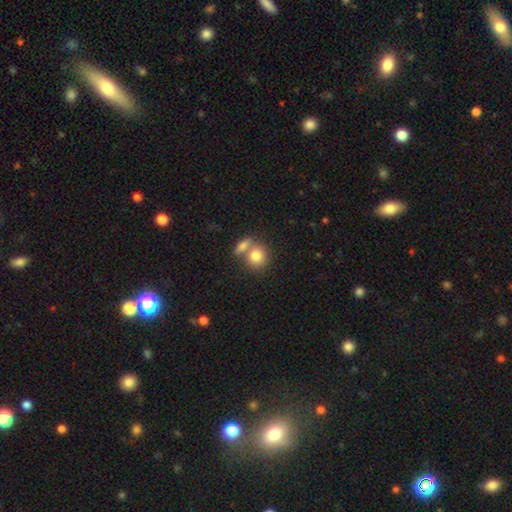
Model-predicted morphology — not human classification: Smooth or featured: smooth — 80% (featured or disk — 12%)
How rounded: round — 73% (in between — 25%)
Merging: none — 45% (merger — 44%)